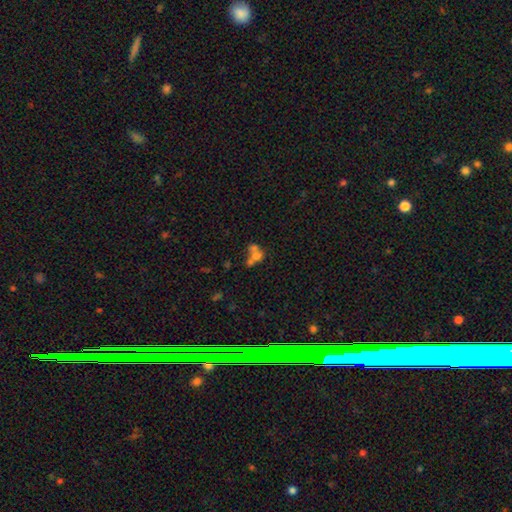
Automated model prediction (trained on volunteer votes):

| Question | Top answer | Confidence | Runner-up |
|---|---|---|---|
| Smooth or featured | smooth | 62% | featured or disk (23%) |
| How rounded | round | 63% | in between (35%) |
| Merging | merger | 61% | none (26%) |